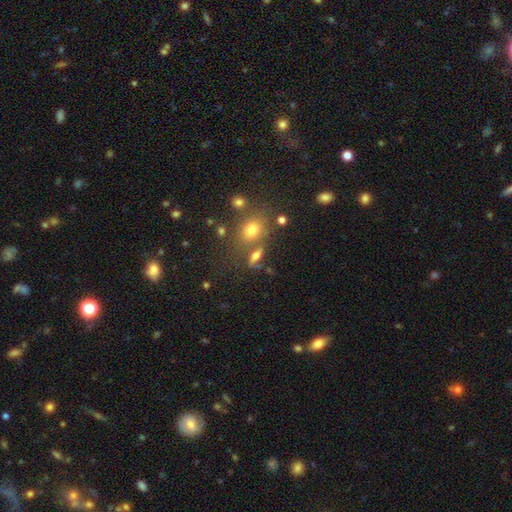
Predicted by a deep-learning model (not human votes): A smooth galaxy with no disk features (64%) that is in between round and cigar-shaped (63%).

Vote fractions:
- Smooth or featured? smooth: 64% / featured or disk: 19% / star or artifact: 16%
- How rounded? in between: 63% / round: 19% / cigar-shaped: 19%
- Merging? none: 57% / merger: 19% / minor disturbance: 15% / major disturbance: 9%